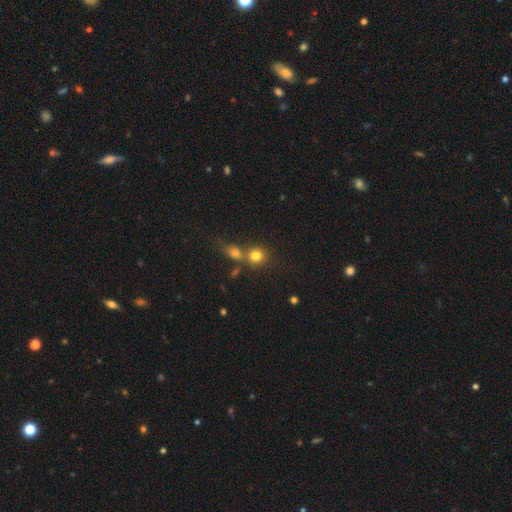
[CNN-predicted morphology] type=smooth (78%); roundness=round (82%); merging=none (50%).